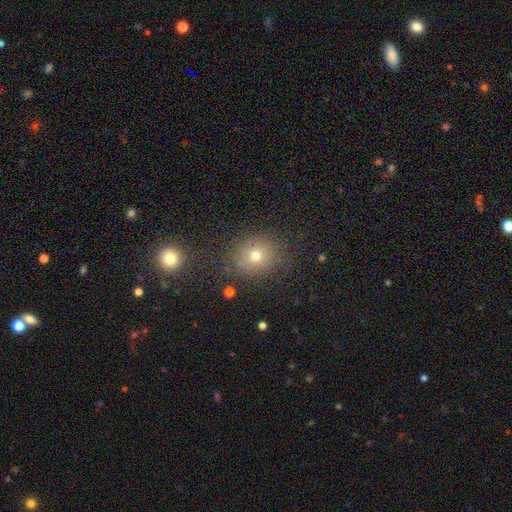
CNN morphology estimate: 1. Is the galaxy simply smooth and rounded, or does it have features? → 71% smooth, 17% star or artifact, 12% featured or disk.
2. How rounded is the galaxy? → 69% round, 30% in between, 1% cigar-shaped.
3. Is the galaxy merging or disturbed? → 81% none, 11% minor disturbance, 4% major disturbance, 3% merger.